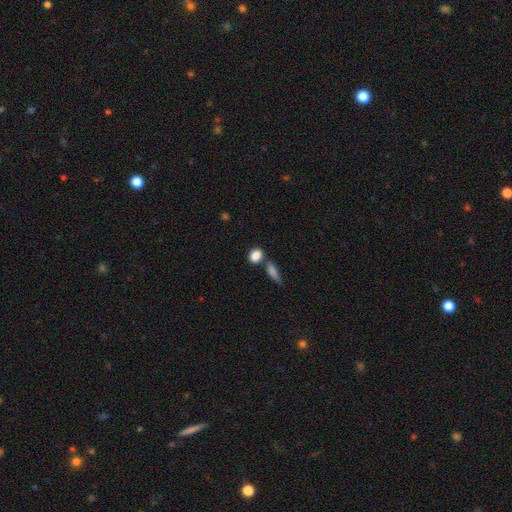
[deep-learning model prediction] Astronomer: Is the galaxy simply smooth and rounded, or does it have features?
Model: smooth — 86%.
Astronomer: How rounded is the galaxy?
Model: in between — 66%.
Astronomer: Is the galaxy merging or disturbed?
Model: none — 59%.